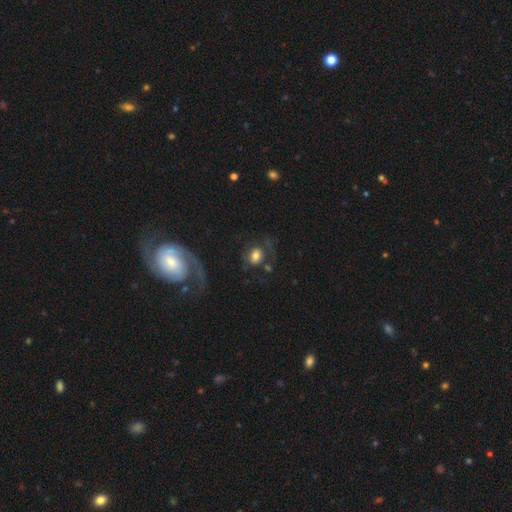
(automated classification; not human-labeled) Smooth or featured? Predicted: smooth (p=0.63). How rounded? Predicted: round (p=0.60). Merging? Predicted: none (p=0.53).